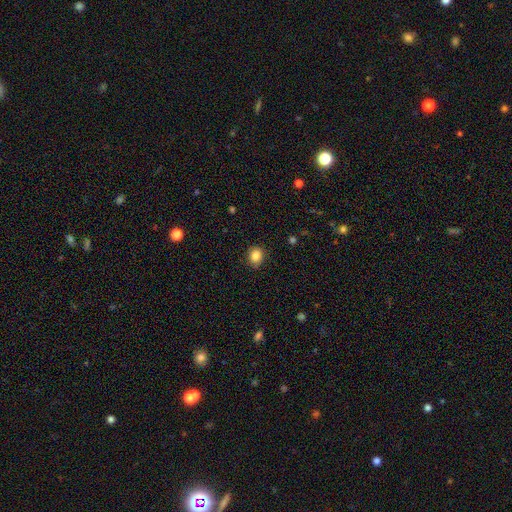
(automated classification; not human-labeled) Smooth or featured? smooth (84%)
How rounded? round (68%)
Merging? none (86%)